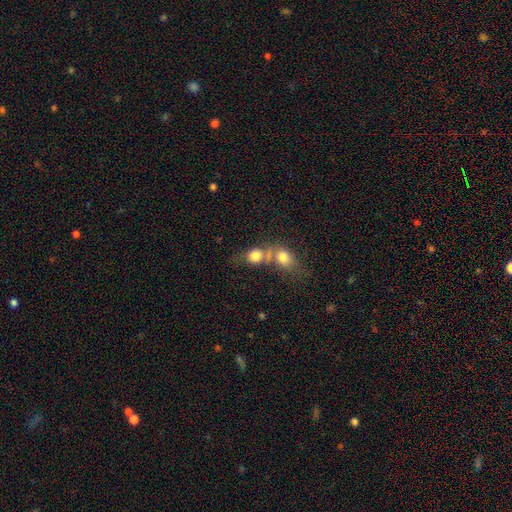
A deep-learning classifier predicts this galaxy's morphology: Smooth or featured?
  - smooth: 79% *
  - featured or disk: 11%
  - star or artifact: 10%
How rounded?
  - in between: 49% * (tied)
  - round: 49% * (tied)
  - cigar-shaped: 2%
Merging?
  - merger: 55% *
  - none: 30%
  - minor disturbance: 9%
  - major disturbance: 6%